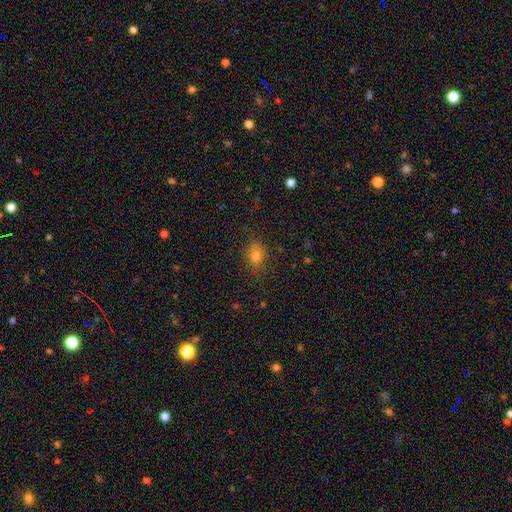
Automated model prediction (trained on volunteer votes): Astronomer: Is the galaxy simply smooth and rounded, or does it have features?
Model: smooth — 75%.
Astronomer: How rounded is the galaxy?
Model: in between — 68%.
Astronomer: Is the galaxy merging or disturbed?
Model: none — 81%.